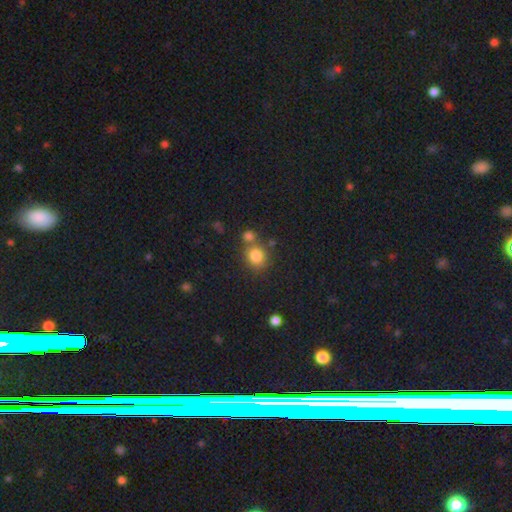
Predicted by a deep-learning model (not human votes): Morphology: type=smooth (81%); roundness=round (82%); merging=none (61%).